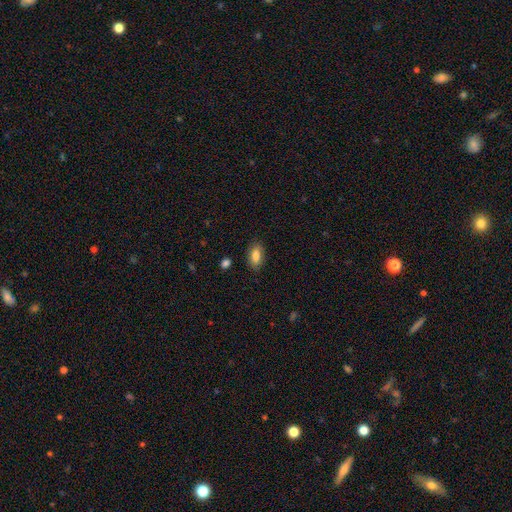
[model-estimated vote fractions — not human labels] This appears to be a smooth galaxy with no disk features (83%) that is in between round and cigar-shaped (90%). Merging: none (86%).